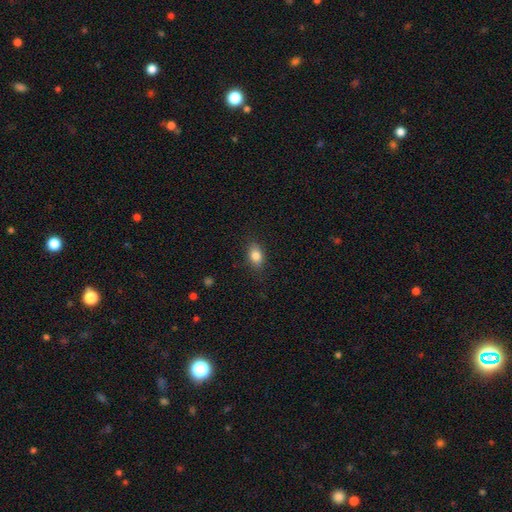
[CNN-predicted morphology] Smooth or featured?
  - smooth: 83% *
  - star or artifact: 9%
  - featured or disk: 7%
How rounded?
  - in between: 73% *
  - round: 24%
  - cigar-shaped: 2%
Merging?
  - none: 82% *
  - minor disturbance: 14%
  - major disturbance: 3%
  - merger: 1%